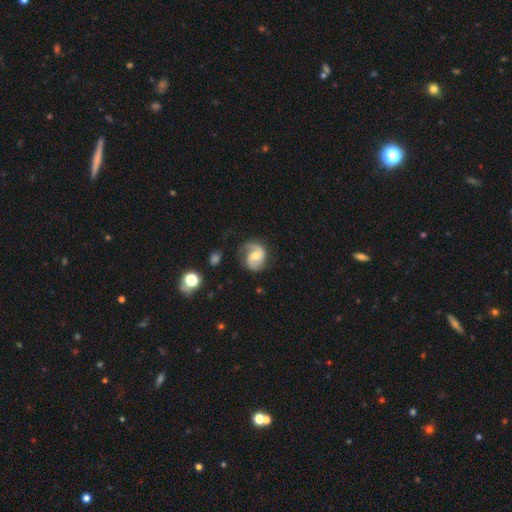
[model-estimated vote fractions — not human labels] This appears to be a featured or disk galaxy (74%) with no bar (44%), 2 (64%) medium (45%) spiral arms (92%) and a moderate central bulge (60%). Merging: none (61%).